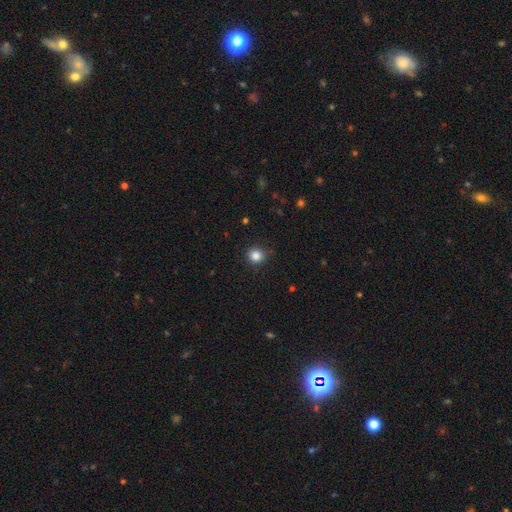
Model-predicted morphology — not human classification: Overall: smooth (85%). How rounded: round (88%). Merging: none (88%).